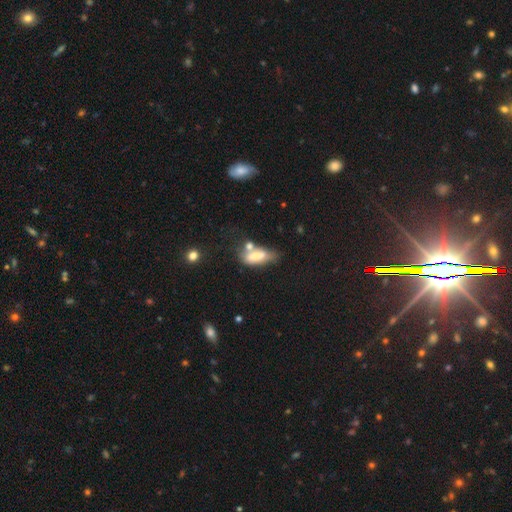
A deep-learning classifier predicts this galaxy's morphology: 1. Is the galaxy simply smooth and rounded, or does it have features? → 61% smooth, 30% featured or disk, 9% star or artifact.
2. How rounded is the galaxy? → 68% in between, 28% cigar-shaped, 4% round.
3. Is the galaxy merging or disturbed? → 34% none, 29% merger, 22% minor disturbance, 15% major disturbance.